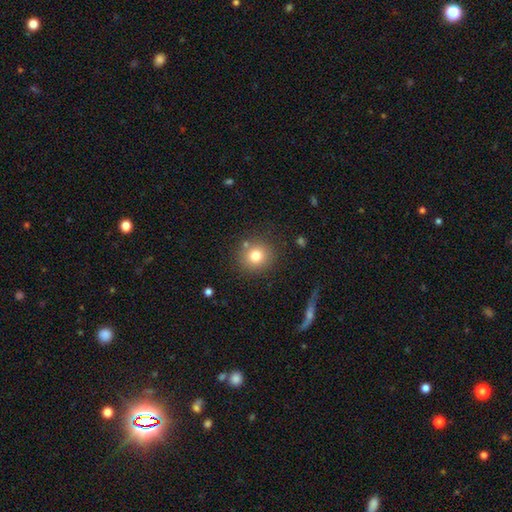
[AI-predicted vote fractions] Smooth or featured?
  - smooth: 79% *
  - star or artifact: 12%
  - featured or disk: 9%
How rounded?
  - round: 90% *
  - in between: 9%
  - cigar-shaped: 1%
Merging?
  - none: 83% *
  - minor disturbance: 9%
  - merger: 5%
  - major disturbance: 4%